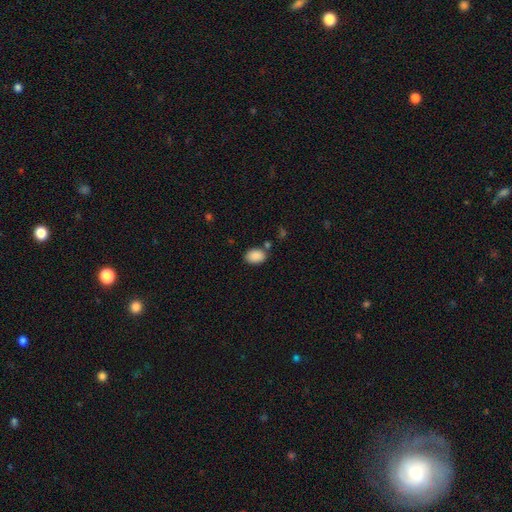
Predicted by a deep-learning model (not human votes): smooth 89%, star or artifact 8%, featured or disk 3%. Down the decision tree: how rounded — in between (83%); merging — none (76%).